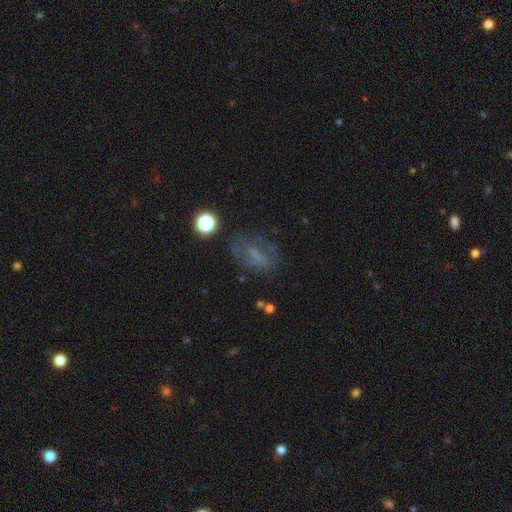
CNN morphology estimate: smooth 46%, featured or disk 33%, star or artifact 21%. Down the decision tree: merging — none (59%).